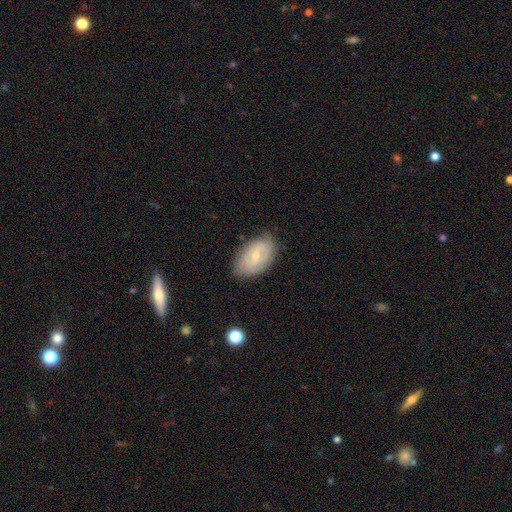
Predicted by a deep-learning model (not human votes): A featured or disk galaxy (49%). Merging: none (73%).